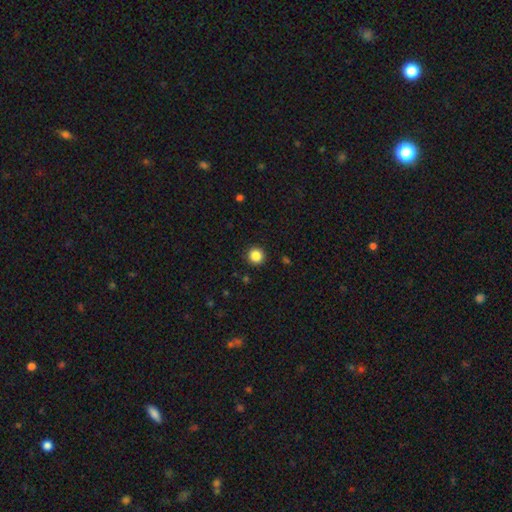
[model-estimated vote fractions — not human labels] smooth-or-featured: smooth: 86% | star or artifact: 11% | featured or disk: 3%
  how-rounded: round: 95% | in between: 4% | cigar-shaped: 1%
  merging: none: 92% | minor disturbance: 5% | major disturbance: 2% | merger: 1%